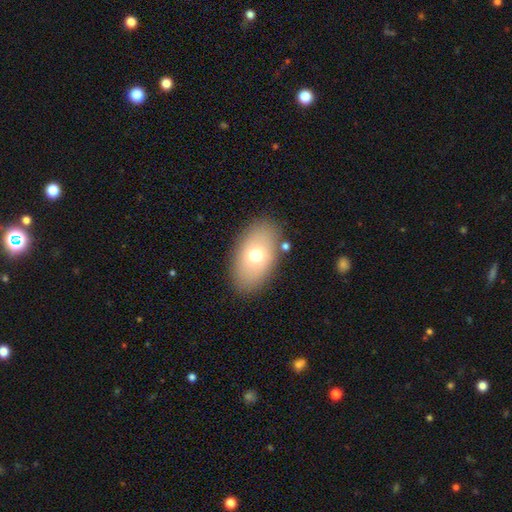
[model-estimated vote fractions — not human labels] Smooth or featured: smooth — 69% (featured or disk — 22%)
How rounded: in between — 91% (round — 8%)
Merging: none — 83% (minor disturbance — 10%)